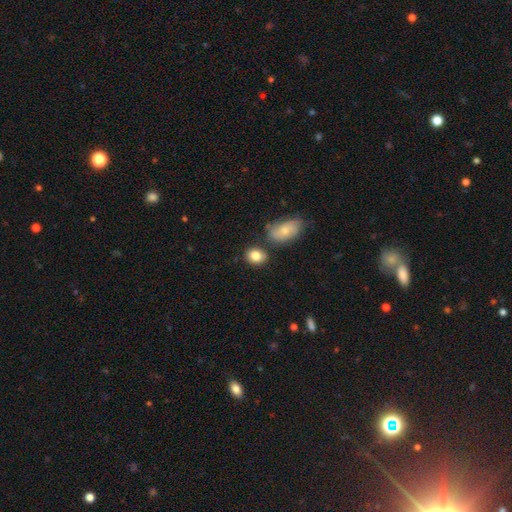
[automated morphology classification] This appears to be a smooth galaxy with no disk features (83%) that is in between round and cigar-shaped (50%). Merging: none (72%).